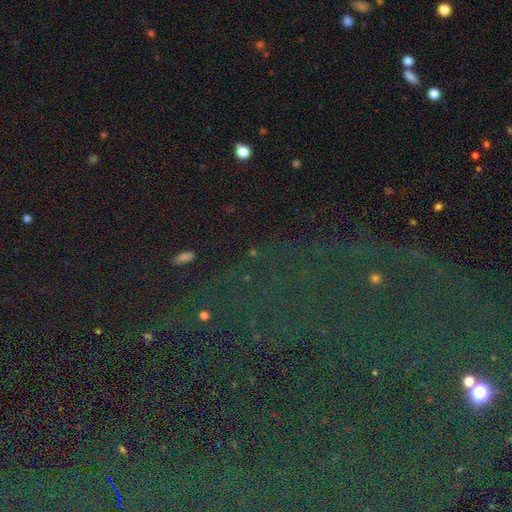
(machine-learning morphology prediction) smooth_or_featured: star or artifact (p=0.85) [alt: smooth p=0.08]